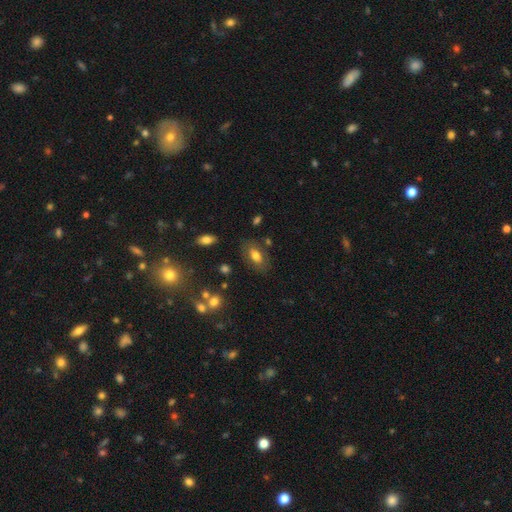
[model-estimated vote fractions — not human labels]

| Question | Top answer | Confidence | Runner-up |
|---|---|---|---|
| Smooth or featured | smooth | 70% | featured or disk (22%) |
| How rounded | in between | 90% | round (6%) |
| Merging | none | 77% | minor disturbance (14%) |